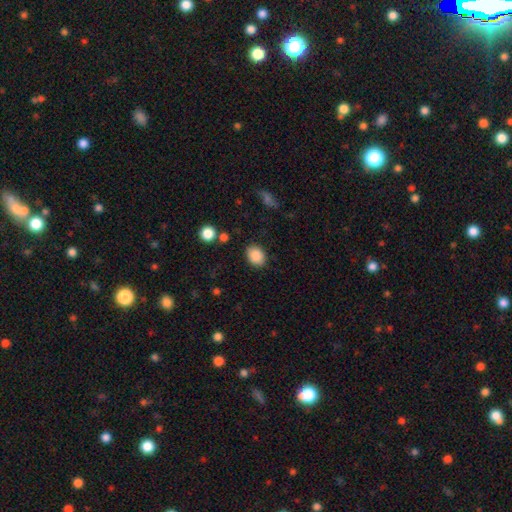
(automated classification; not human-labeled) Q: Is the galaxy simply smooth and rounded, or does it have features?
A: smooth — 87%.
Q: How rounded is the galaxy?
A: in between — 64%.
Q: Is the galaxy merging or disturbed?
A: none — 84%.